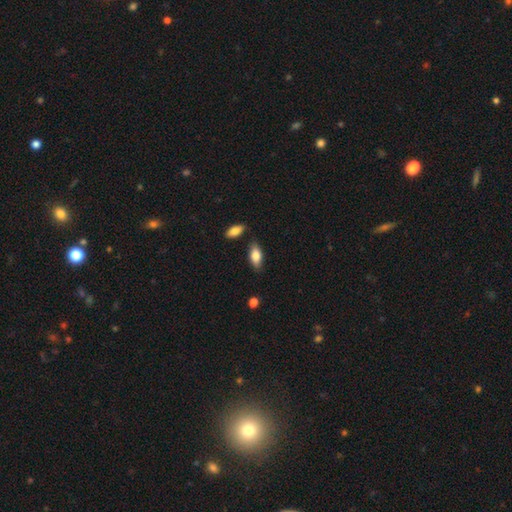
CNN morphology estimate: type=smooth (80%); roundness=in between (88%); merging=none (79%).